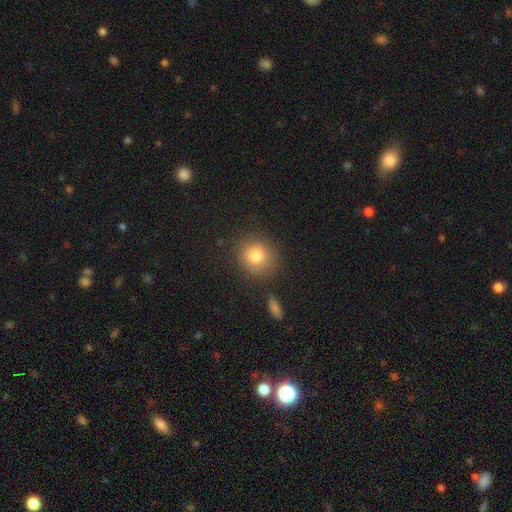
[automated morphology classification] type=smooth (81%); roundness=round (85%); merging=none (83%).